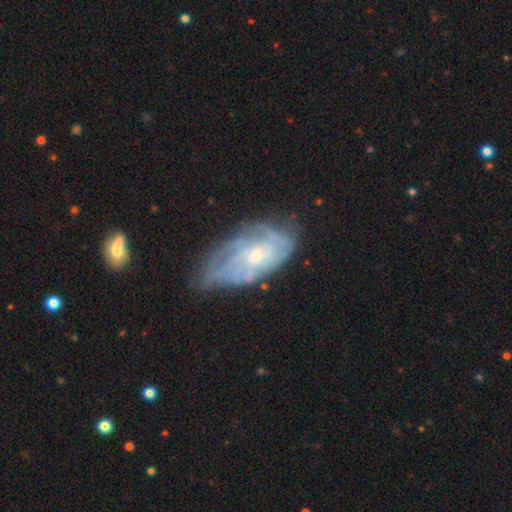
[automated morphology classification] Overall: featured or disk (75%). Edge-on disk: no (94%). Bar: no (75%). Spiral arms: yes (78%). Spiral arm count: can't tell (56%). Spiral winding: tight (56%; medium 32%). Bulge size: small (64%; moderate 32%). Merging: none (48%; minor disturbance 31%).